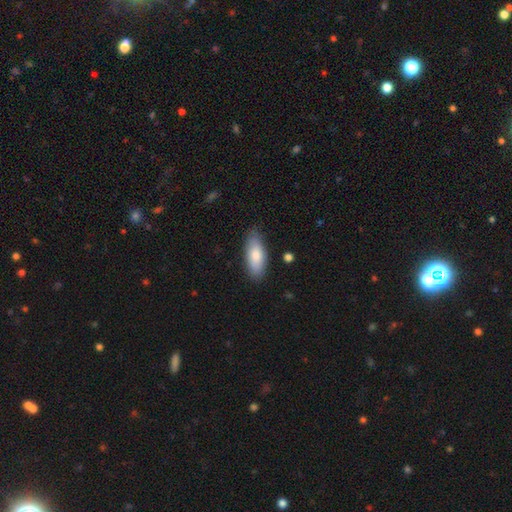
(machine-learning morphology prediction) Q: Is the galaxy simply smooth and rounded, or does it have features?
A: smooth — 80%.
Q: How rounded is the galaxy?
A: in between — 76%.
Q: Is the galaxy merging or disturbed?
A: none — 81%.